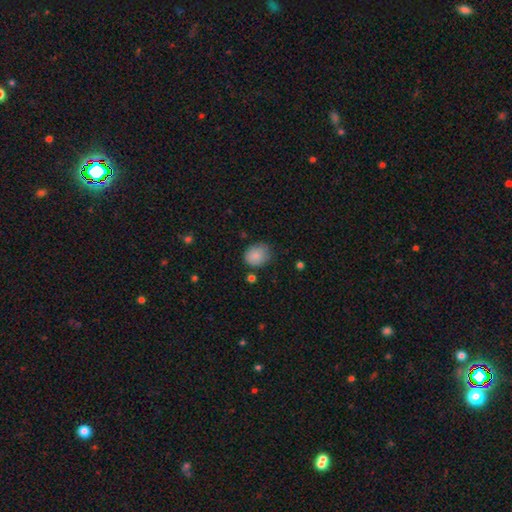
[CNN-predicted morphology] Smooth or featured? Predicted: smooth (p=0.85). How rounded? Predicted: round (p=0.59). Merging? Predicted: none (p=0.69).